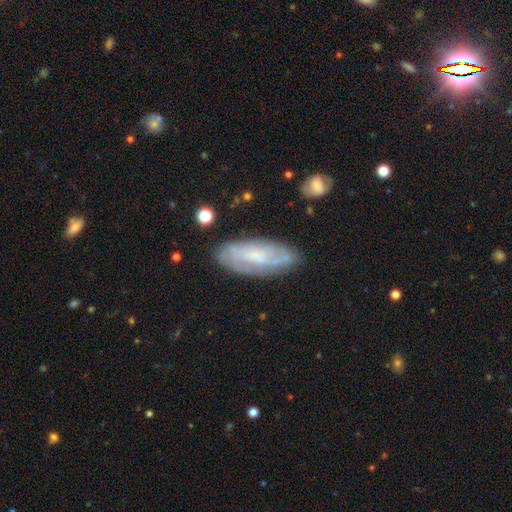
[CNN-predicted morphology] Smooth or featured: featured or disk — 54% (smooth — 38%)
Edge-on disk: no — 83% (yes — 17%)
Merging: none — 75% (minor disturbance — 18%)